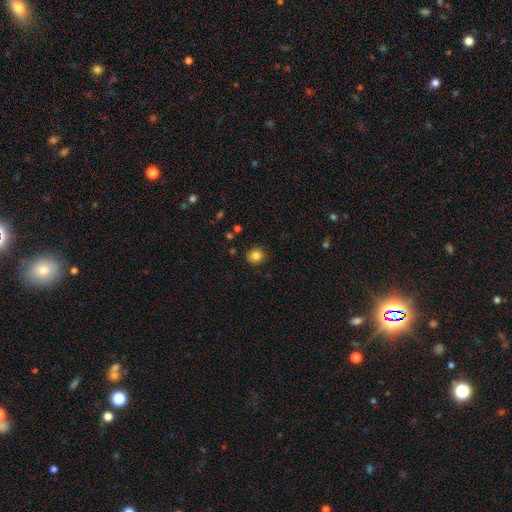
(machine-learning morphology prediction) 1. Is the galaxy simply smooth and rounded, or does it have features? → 84% smooth, 11% star or artifact, 6% featured or disk.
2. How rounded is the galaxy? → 87% round, 12% in between, 1% cigar-shaped.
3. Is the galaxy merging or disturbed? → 90% none, 7% minor disturbance, 2% major disturbance, 1% merger.